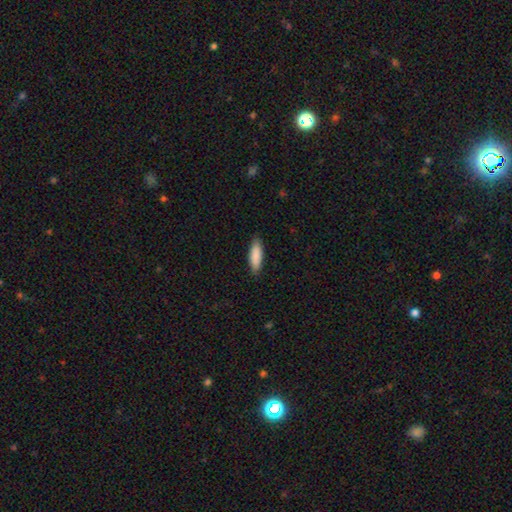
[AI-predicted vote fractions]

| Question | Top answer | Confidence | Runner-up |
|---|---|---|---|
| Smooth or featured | smooth | 88% | featured or disk (6%) |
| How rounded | cigar-shaped | 50% | in between (48%) |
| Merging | none | 87% | minor disturbance (10%) |